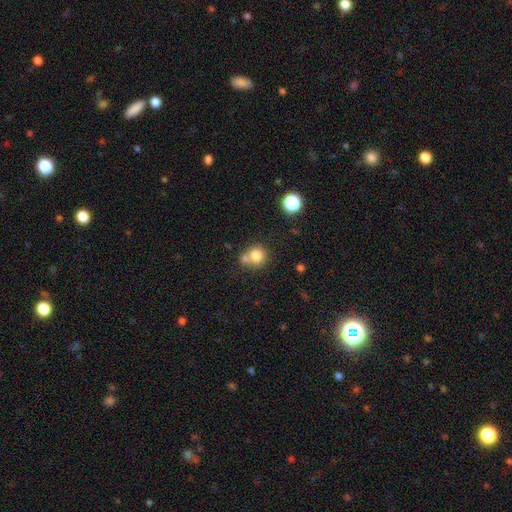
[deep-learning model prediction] A smooth galaxy with no disk features (79%) that is round (86%).

Vote fractions:
- Smooth or featured? smooth: 79% / star or artifact: 11% / featured or disk: 10%
- How rounded? round: 86% / in between: 13% / cigar-shaped: 1%
- Merging? none: 51% / merger: 35% / minor disturbance: 10% / major disturbance: 4%